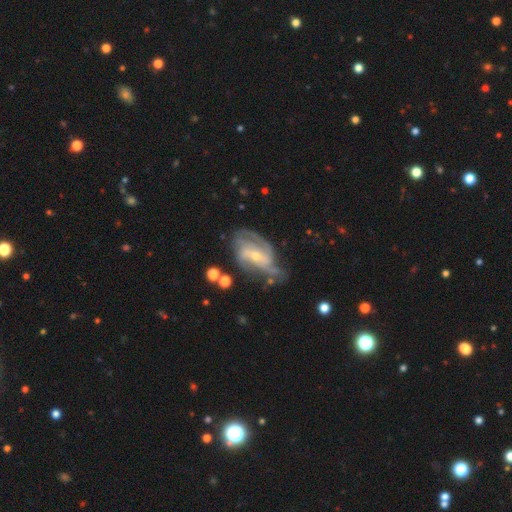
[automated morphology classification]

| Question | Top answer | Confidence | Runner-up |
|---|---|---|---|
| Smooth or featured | featured or disk | 86% | smooth (8%) |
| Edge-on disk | no | 96% | yes (4%) |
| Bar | no | 42% | weak (39%) |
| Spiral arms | yes | 94% | no (6%) |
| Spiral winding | medium | 45% | tight (36%) |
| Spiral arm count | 3 | 31% | 2 (30%) |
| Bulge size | small | 66% | moderate (30%) |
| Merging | none | 53% | minor disturbance (25%) |